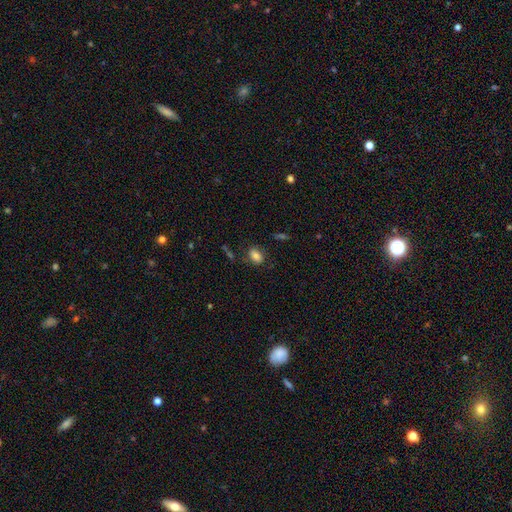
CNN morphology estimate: Smooth or featured? smooth (80%)
How rounded? in between (78%)
Merging? none (76%)